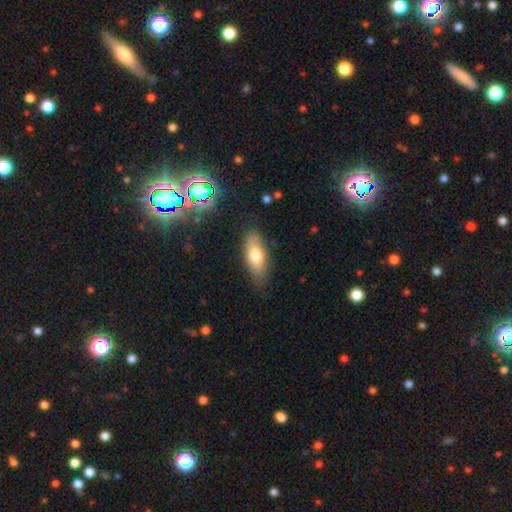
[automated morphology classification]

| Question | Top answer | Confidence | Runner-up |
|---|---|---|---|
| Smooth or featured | smooth | 72% | featured or disk (21%) |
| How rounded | in between | 79% | cigar-shaped (18%) |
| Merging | none | 79% | minor disturbance (17%) |